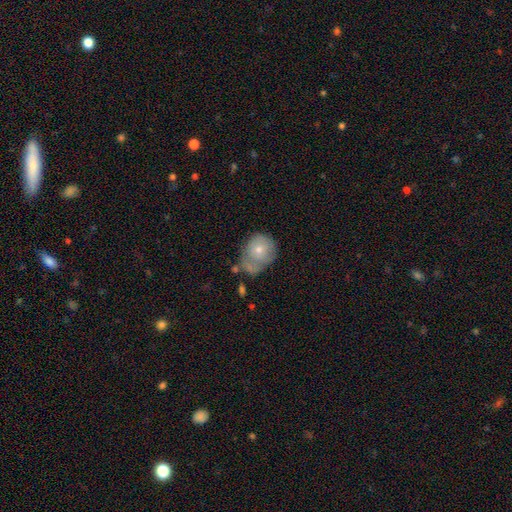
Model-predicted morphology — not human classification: Smooth or featured: smooth — 53% (featured or disk — 38%)
How rounded: round — 68% (in between — 30%)
Merging: none — 45% (minor disturbance — 28%)